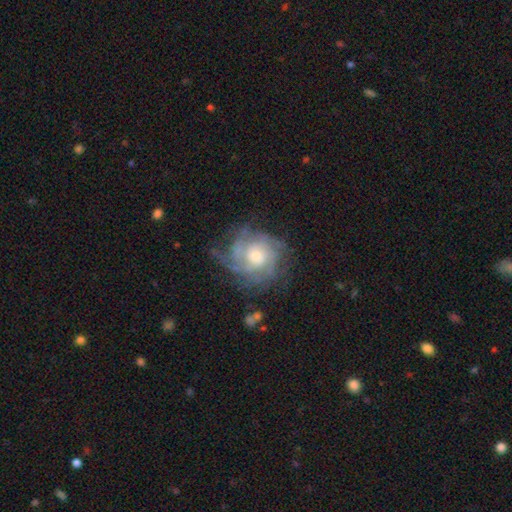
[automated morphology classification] Smooth or featured? featured or disk (78%)
Edge-on disk? no (97%)
Bar? no (77%)
Spiral arms? yes (91%)
Spiral winding? tight (58%)
Spiral arm count? can't tell (41%)
Bulge size? moderate (56%)
Merging? none (67%)